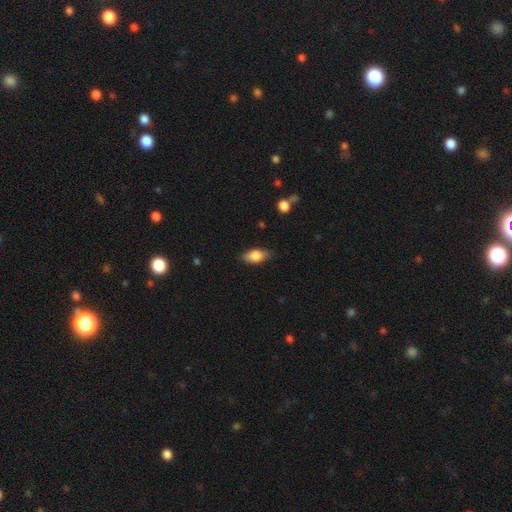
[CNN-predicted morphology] Overall: smooth (77%). How rounded: in between (87%). Merging: none (83%).